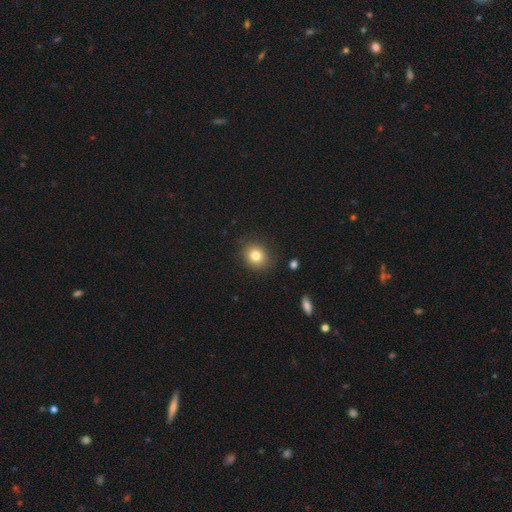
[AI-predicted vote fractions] Smooth or featured? smooth (81%)
How rounded? round (72%)
Merging? none (87%)